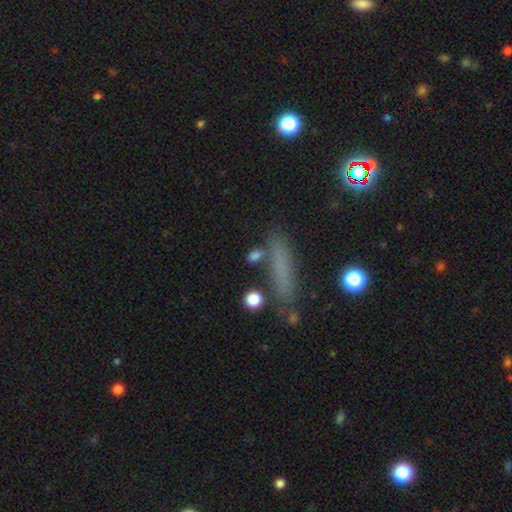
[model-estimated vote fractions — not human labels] smooth-or-featured: smooth: 75% | star or artifact: 13% | featured or disk: 12%
  how-rounded: in between: 52% | cigar-shaped: 28% | round: 20%
  merging: none: 67% | minor disturbance: 14% | merger: 12% | major disturbance: 7%